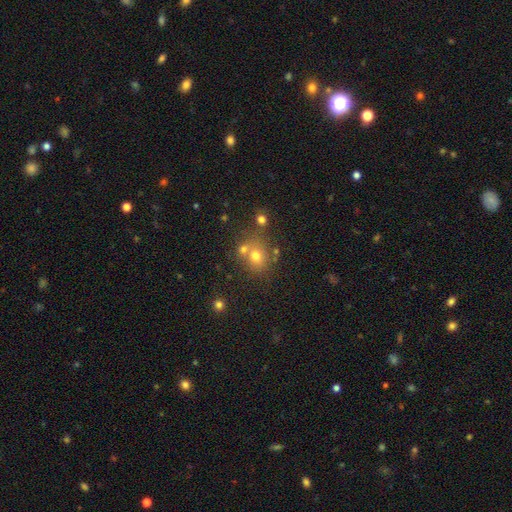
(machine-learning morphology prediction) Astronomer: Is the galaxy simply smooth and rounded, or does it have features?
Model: smooth — 67%.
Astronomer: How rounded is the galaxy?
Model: round — 78%.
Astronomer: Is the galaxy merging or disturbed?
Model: none — 57%.